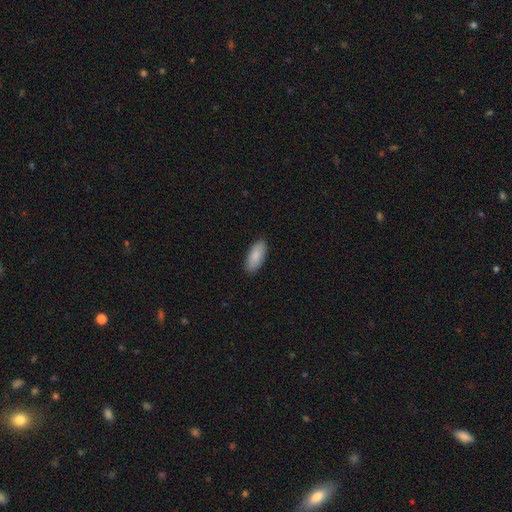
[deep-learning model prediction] Smooth or featured: smooth — 88% (featured or disk — 6%)
How rounded: in between — 86% (cigar-shaped — 12%)
Merging: none — 90% (minor disturbance — 8%)